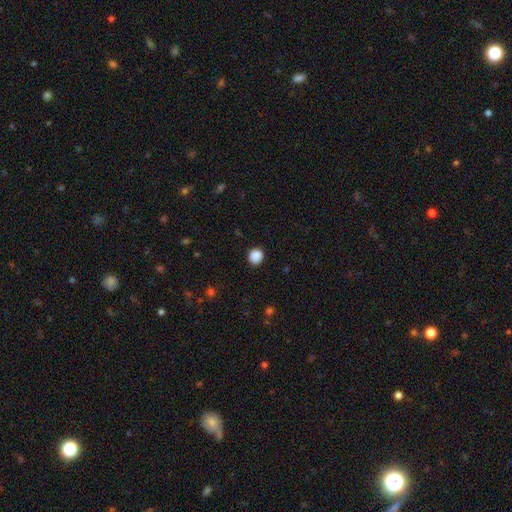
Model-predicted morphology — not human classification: smooth-or-featured: smooth: 87% | star or artifact: 9% | featured or disk: 3%
  how-rounded: round: 84% | in between: 15% | cigar-shaped: 1%
  merging: none: 87% | minor disturbance: 9% | major disturbance: 2% | merger: 1%